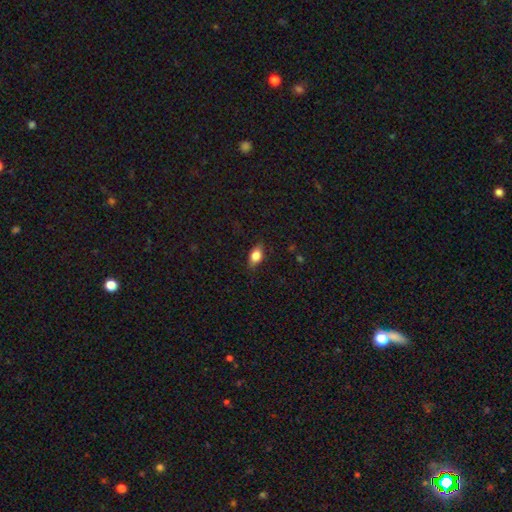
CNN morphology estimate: Overall: smooth (78%). How rounded: in between (83%). Merging: none (82%).